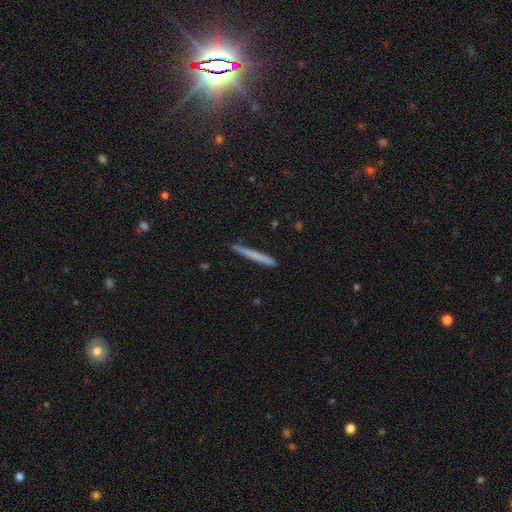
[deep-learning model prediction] smooth 66%, featured or disk 27%, star or artifact 6%. Down the decision tree: how rounded — cigar-shaped (97%); merging — none (88%).